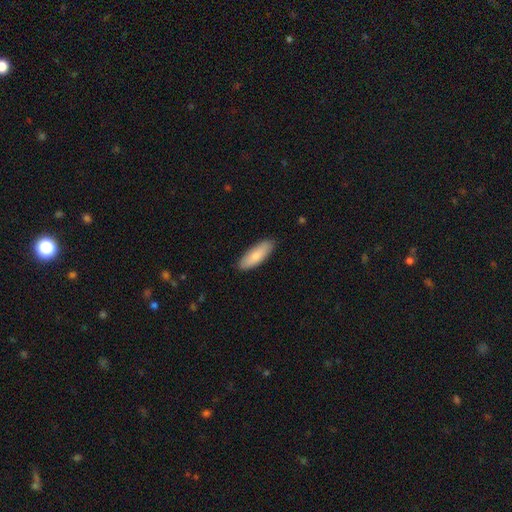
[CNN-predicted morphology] This is clearly a smooth galaxy (83%). How rounded: likely in between (63%). Merging: clearly none (88%).